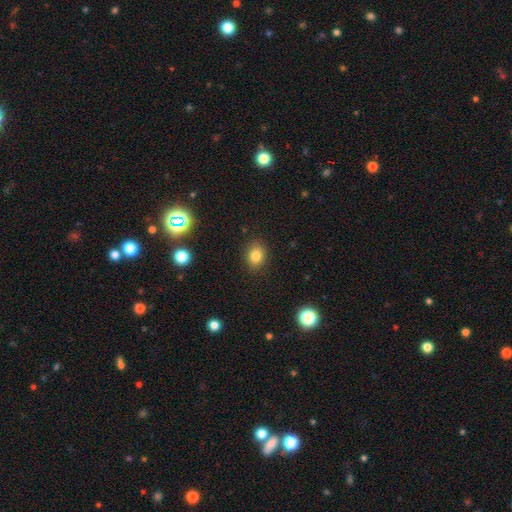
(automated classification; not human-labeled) Overall: smooth (82%). How rounded: in between (57%; round 42%). Merging: none (87%).